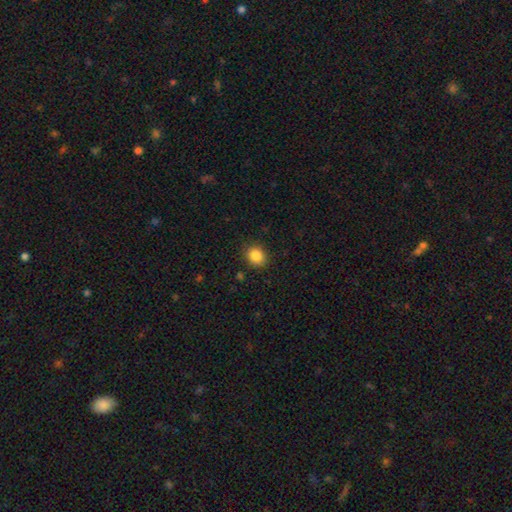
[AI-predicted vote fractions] This appears to be a smooth galaxy with no disk features (86%) that is round (66%). Merging: none (86%).